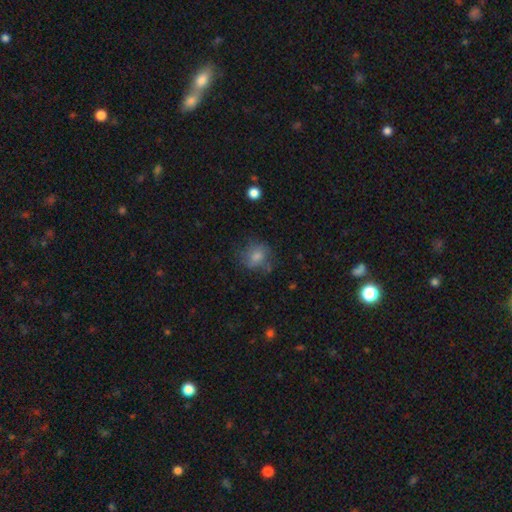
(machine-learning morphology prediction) Smooth or featured? smooth (65%)
How rounded? round (68%)
Merging? none (64%)